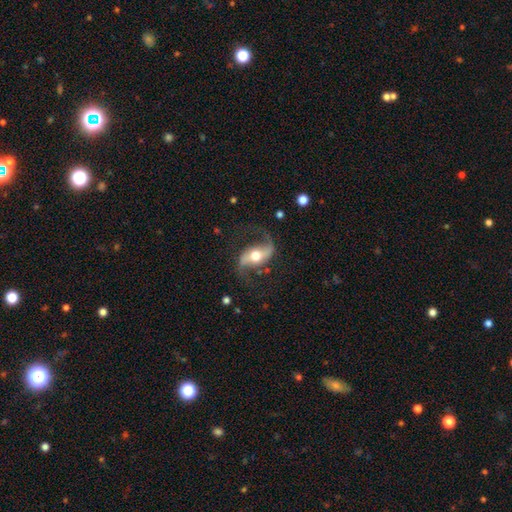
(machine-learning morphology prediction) Smooth or featured? featured or disk (86%)
Edge-on disk? no (94%)
Bar? strong (36%)
Spiral arms? yes (95%)
Spiral winding? loose (69%)
Spiral arm count? 2 (93%)
Bulge size? moderate (67%)
Merging? none (73%)